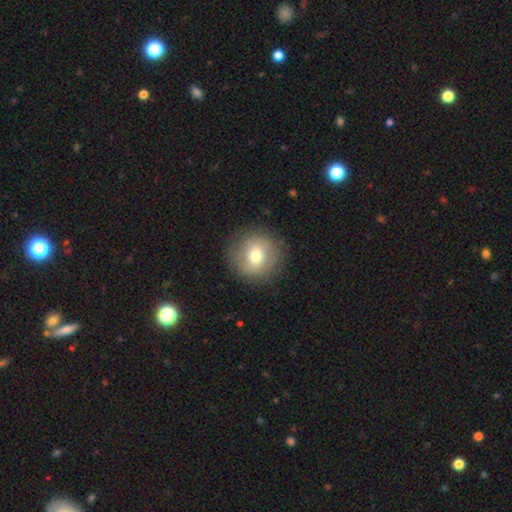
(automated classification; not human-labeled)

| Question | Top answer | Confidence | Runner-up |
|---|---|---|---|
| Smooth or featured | smooth | 68% | featured or disk (23%) |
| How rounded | round | 93% | in between (6%) |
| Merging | none | 86% | minor disturbance (9%) |